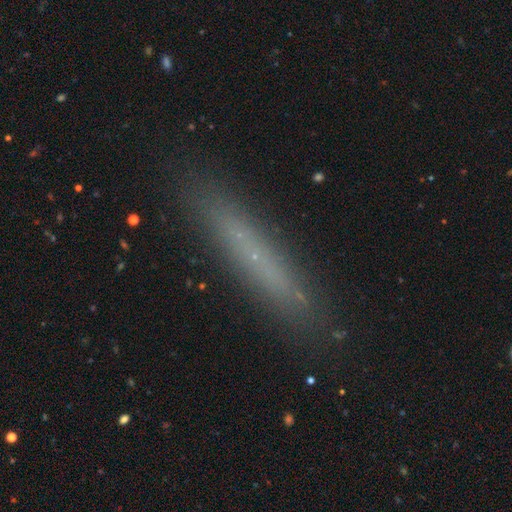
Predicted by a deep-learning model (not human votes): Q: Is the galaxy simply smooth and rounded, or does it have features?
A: smooth — 56%.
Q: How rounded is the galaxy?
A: cigar-shaped — 94%.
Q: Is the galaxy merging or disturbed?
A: none — 88%.